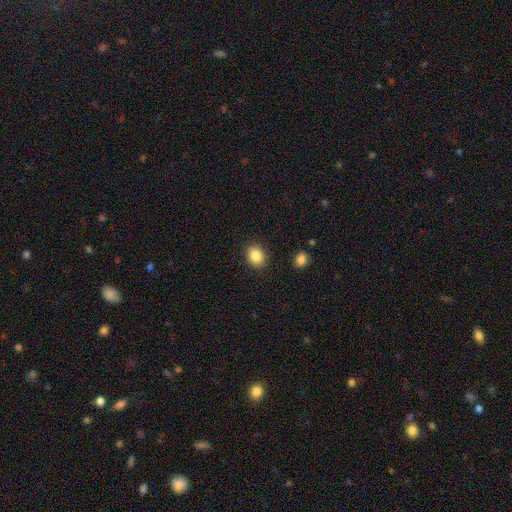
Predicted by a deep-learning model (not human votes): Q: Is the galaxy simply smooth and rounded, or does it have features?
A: smooth — 85%.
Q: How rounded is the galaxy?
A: round — 53%.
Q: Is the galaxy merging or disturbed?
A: none — 89%.